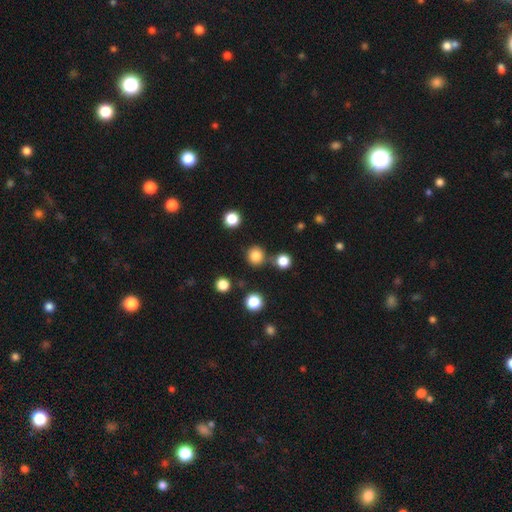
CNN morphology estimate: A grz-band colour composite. It shows a smooth galaxy with no disk features (83%) that is round (93%). Merging: none (81%).